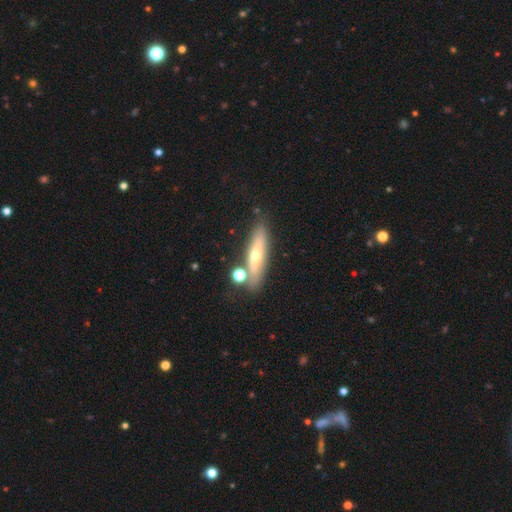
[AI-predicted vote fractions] Morphology: type=featured or disk (51%); edge-on=yes (75%); merging=none (72%).